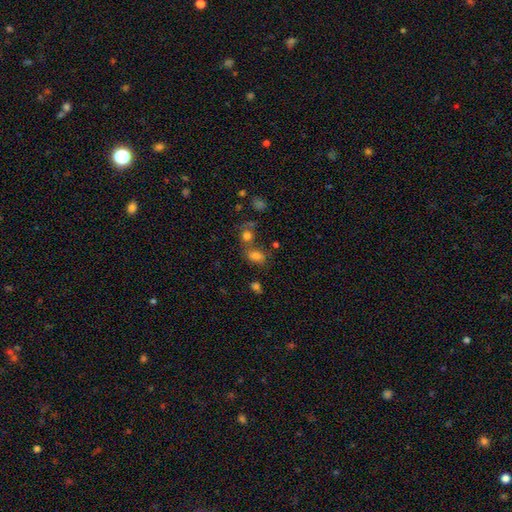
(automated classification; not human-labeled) This appears to be a smooth galaxy with no disk features (73%) that is in between round and cigar-shaped (75%). Merging: none (49%).